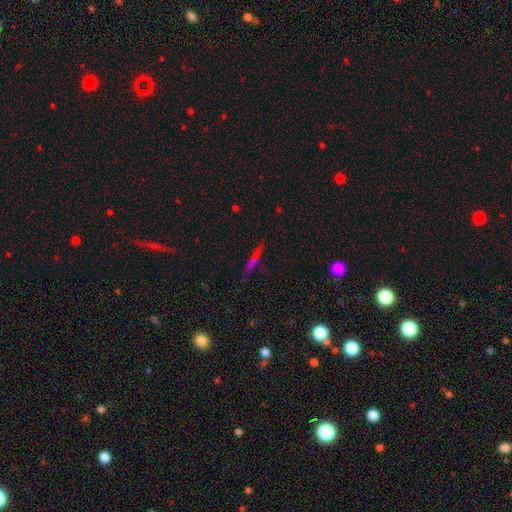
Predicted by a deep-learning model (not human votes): Smooth or featured: smooth — 39% (featured or disk — 34%)
Merging: none — 83% (minor disturbance — 11%)